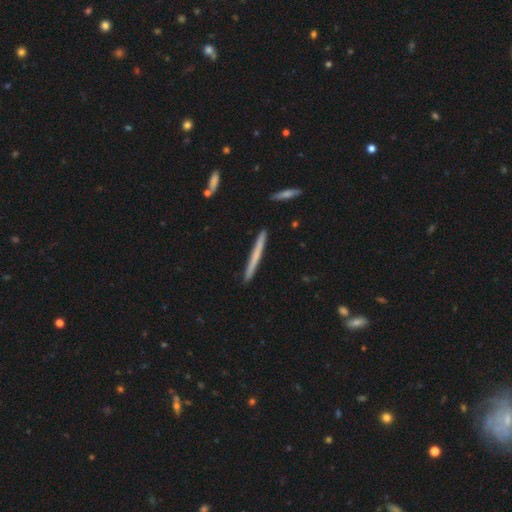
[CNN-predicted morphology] Smooth or featured: smooth — 59% (featured or disk — 35%)
How rounded: cigar-shaped — 97% (in between — 2%)
Merging: none — 92% (minor disturbance — 6%)